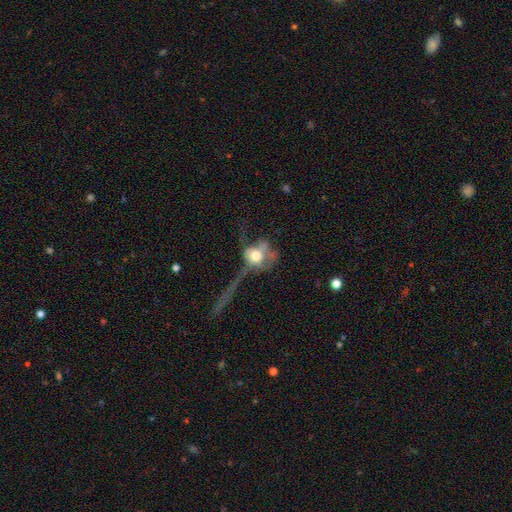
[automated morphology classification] Overall: smooth (49%; featured or disk 40%). Merging: major disturbance (53%; none 21%).